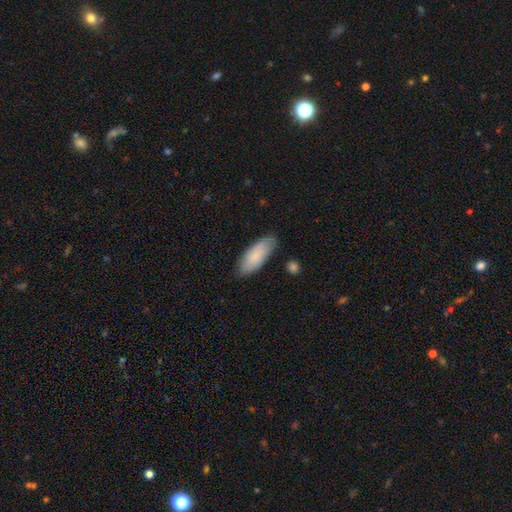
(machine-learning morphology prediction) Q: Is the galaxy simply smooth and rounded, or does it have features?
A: smooth — 84%.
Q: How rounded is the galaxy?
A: in between — 75%.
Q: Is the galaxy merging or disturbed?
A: none — 81%.